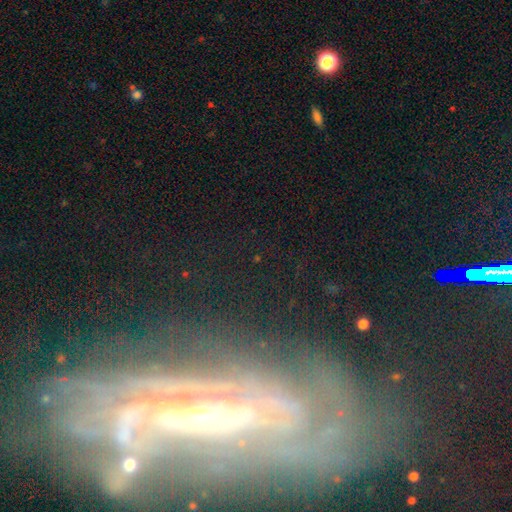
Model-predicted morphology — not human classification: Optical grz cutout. It shows a featured or disk galaxy (76%) with no bar (43%), tight (72%) spiral arms (90%) and a small central bulge (51%). Merging: none (73%).